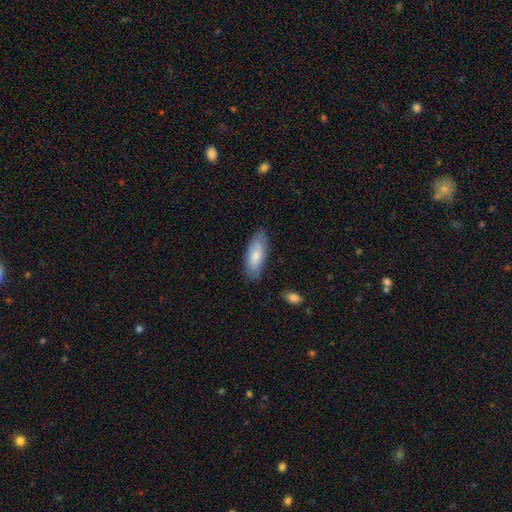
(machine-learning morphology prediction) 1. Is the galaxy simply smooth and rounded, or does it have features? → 75% smooth, 19% featured or disk, 6% star or artifact.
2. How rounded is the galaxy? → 76% in between, 22% cigar-shaped, 2% round.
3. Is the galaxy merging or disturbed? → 77% none, 17% minor disturbance, 3% major disturbance, 2% merger.